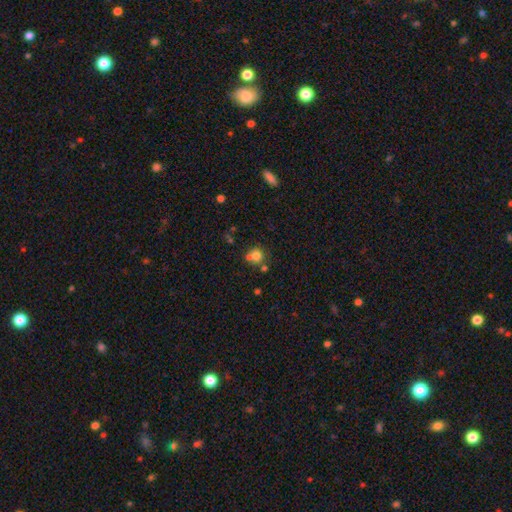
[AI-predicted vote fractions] Q: Smooth or featured?
A: smooth (74%); runner-up: star or artifact (14%)
Q: How rounded?
A: round (85%); runner-up: in between (15%)
Q: Merging?
A: none (51%); runner-up: merger (35%)